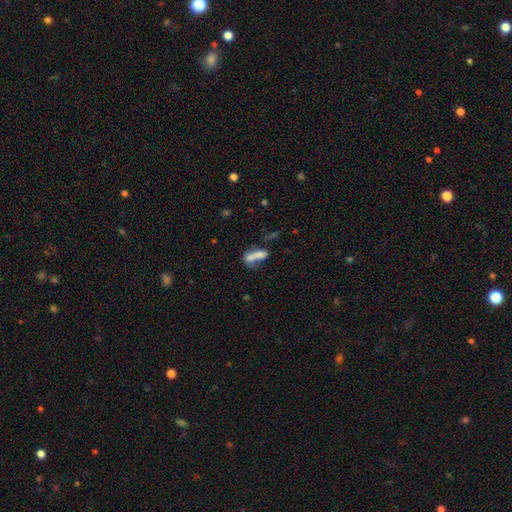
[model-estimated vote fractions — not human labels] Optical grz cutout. It shows a smooth galaxy with no disk features (66%) that is in between round and cigar-shaped (63%). Merging: merger (49%).